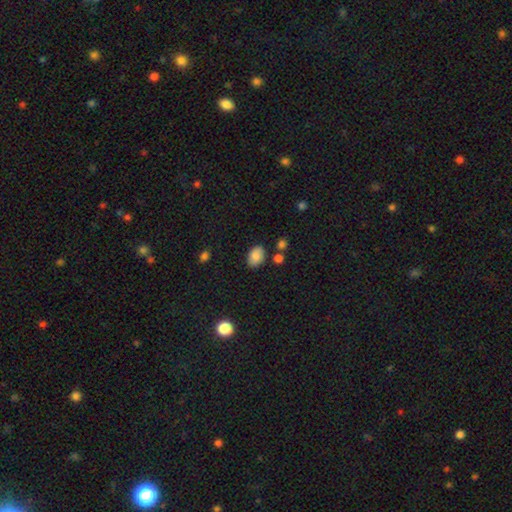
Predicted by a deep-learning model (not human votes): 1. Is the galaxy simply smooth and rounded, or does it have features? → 83% smooth, 9% featured or disk, 9% star or artifact.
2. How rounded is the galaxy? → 85% in between, 14% round, 1% cigar-shaped.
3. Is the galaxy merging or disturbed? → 80% none, 13% minor disturbance, 4% merger, 3% major disturbance.